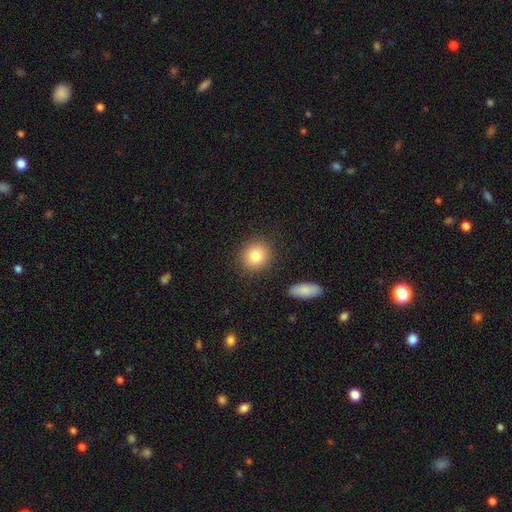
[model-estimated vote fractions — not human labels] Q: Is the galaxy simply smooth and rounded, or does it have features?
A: smooth — 82%.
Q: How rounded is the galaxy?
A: round — 86%.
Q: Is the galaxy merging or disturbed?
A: none — 88%.